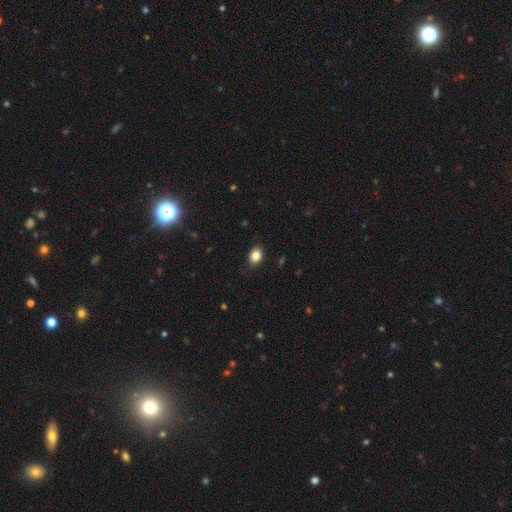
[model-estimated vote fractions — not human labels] The model was most divided on "how rounded": in between: 70%, round: 29%, cigar-shaped: 1%. More confident: merging — none (87%); smooth or featured — smooth (85%).